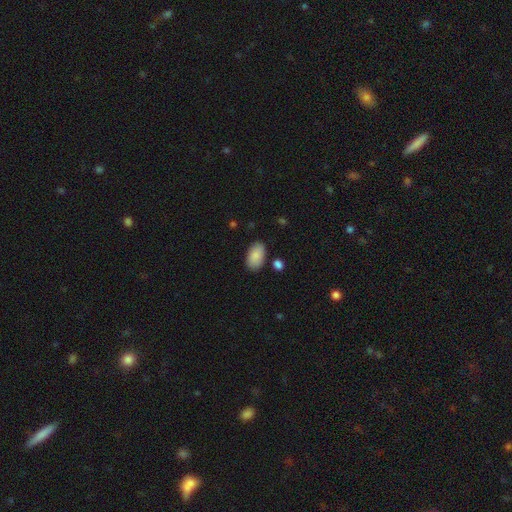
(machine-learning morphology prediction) This is clearly a smooth galaxy (88%). How rounded: clearly in between (94%). Merging: clearly none (83%).